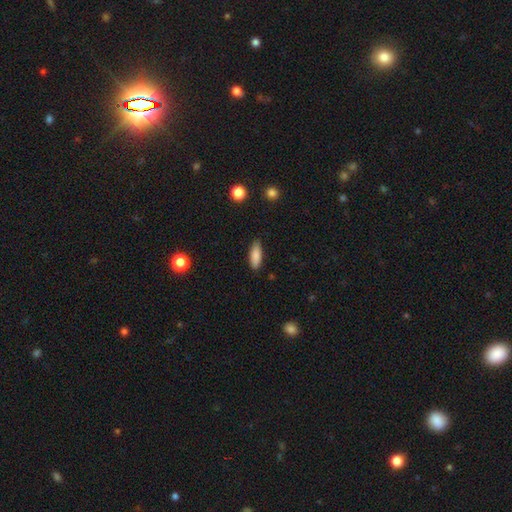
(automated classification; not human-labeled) A smooth galaxy with no disk features (87%) that is in between round and cigar-shaped (67%). Merging: none (83%).